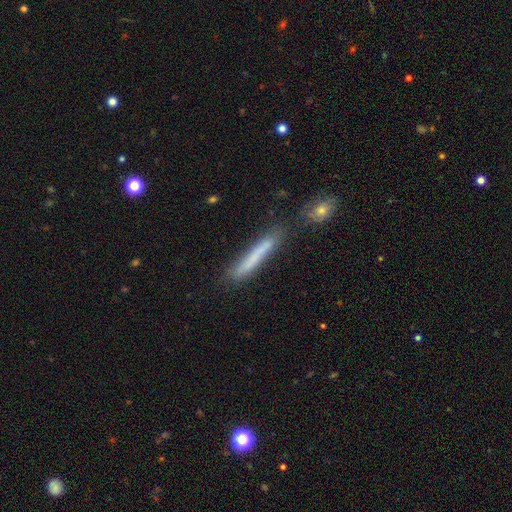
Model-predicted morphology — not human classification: smooth 66%, featured or disk 26%, star or artifact 8%. Down the decision tree: how rounded — cigar-shaped (95%); merging — none (74%).